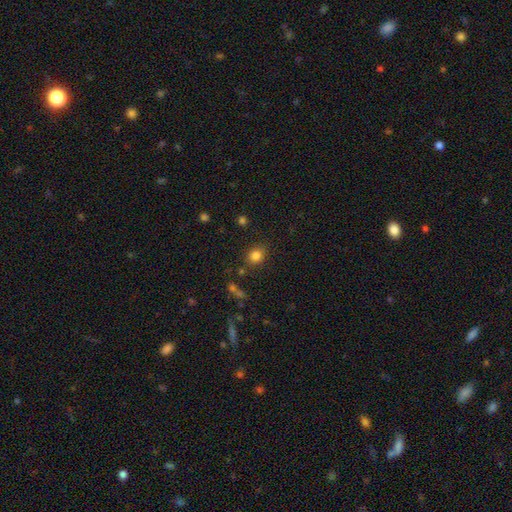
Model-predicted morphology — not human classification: smooth-or-featured: smooth: 82% | star or artifact: 13% | featured or disk: 6%
  how-rounded: round: 71% | in between: 28% | cigar-shaped: 1%
  merging: none: 81% | minor disturbance: 11% | major disturbance: 4% | merger: 4%